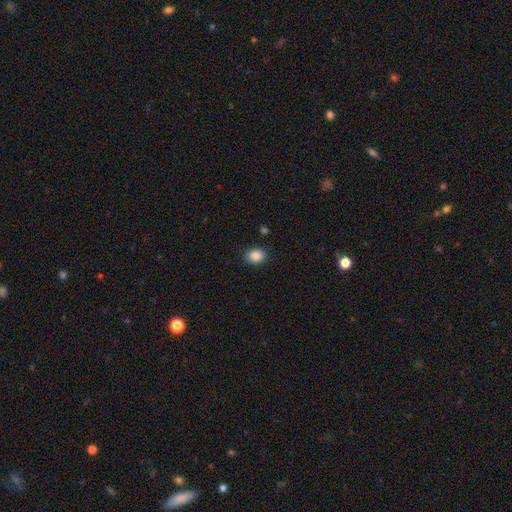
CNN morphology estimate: A smooth galaxy with no disk features (86%) that is in between round and cigar-shaped (54%). Merging: none (88%).